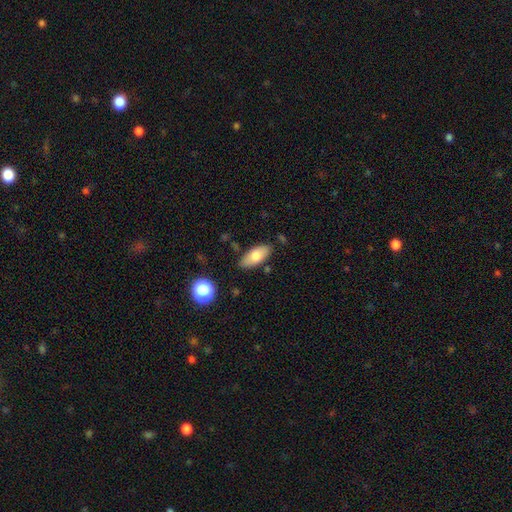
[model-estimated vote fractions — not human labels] The model was most divided on "smooth or featured": smooth: 75%, featured or disk: 18%, star or artifact: 7%. More confident: how rounded — in between (87%); merging — none (82%).